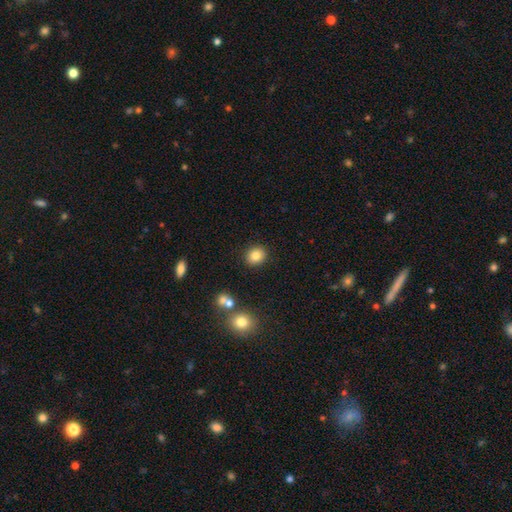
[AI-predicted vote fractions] Smooth or featured: smooth — 84% (star or artifact — 10%)
How rounded: round — 70% (in between — 29%)
Merging: none — 89% (minor disturbance — 6%)